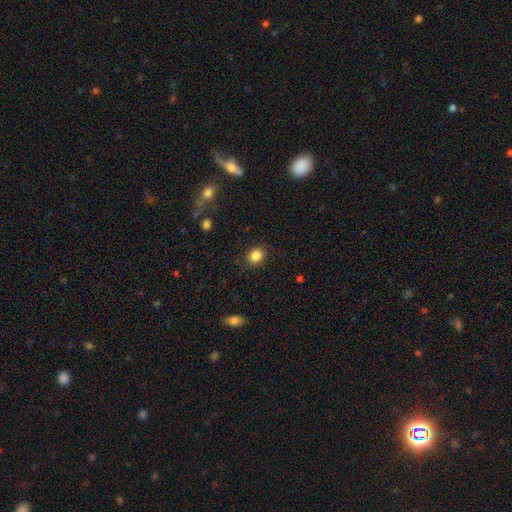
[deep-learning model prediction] Overall: smooth (86%). How rounded: round (65%; in between 34%). Merging: none (87%).